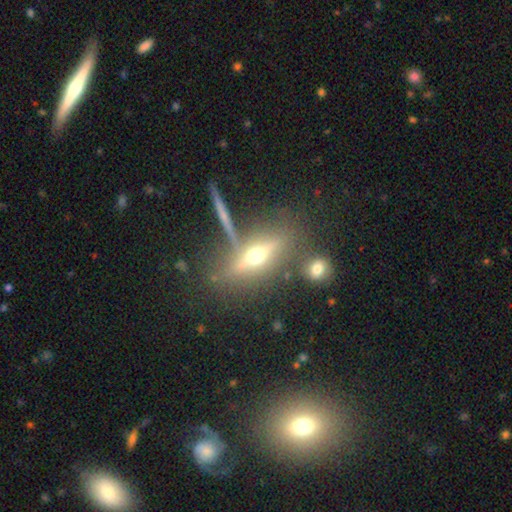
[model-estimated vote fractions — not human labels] Morphology: type=featured or disk (62%); edge-on=yes (86%); edge-on bulge=rounded (94%); merging=none (73%).